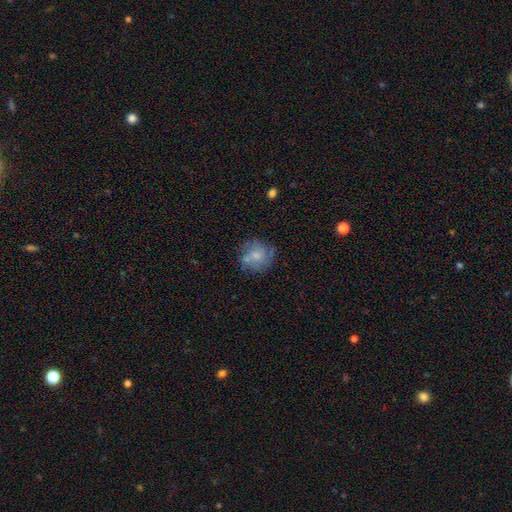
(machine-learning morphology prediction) This appears to be a smooth galaxy with no disk features (57%) that is round (80%). Merging: none (62%).